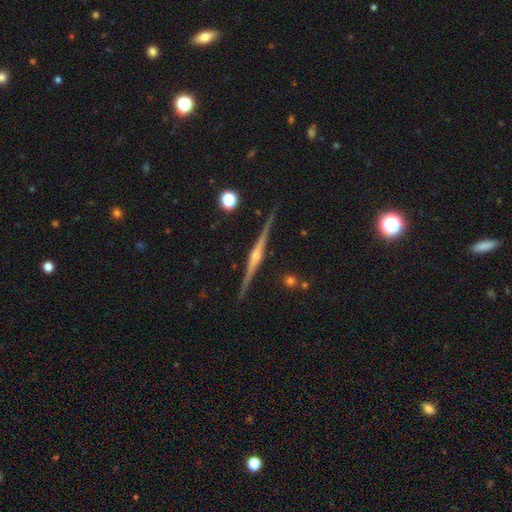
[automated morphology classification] type=featured or disk (86%); edge-on=yes (98%); edge-on bulge=rounded (82%); merging=none (91%).